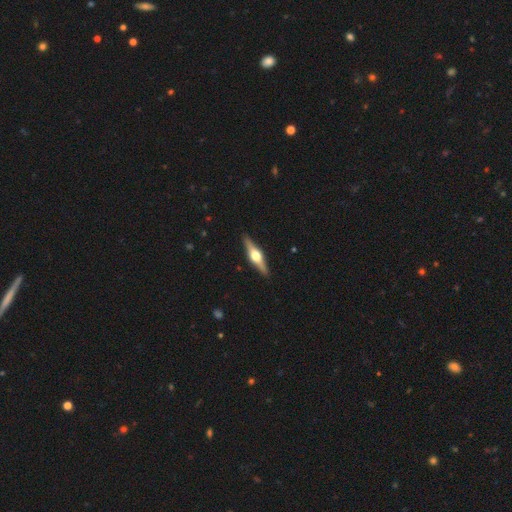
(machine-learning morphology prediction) A featured or disk galaxy (74%) viewed edge-on (97%) with a rounded central bulge (95%).

Vote fractions:
- Smooth or featured? featured or disk: 74% / smooth: 21% / star or artifact: 5%
- Edge-on disk? yes: 97% / no: 3%
- Edge-on bulge? rounded: 95% / boxy: 4% / none: 1%
- Merging? none: 91% / minor disturbance: 7% / major disturbance: 1% / merger: 1%